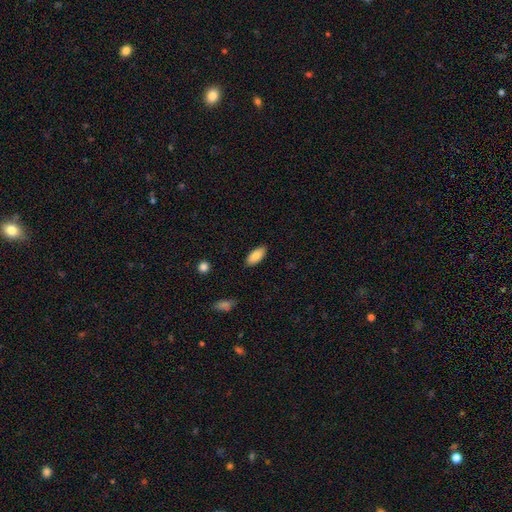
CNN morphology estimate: A smooth galaxy with no disk features (87%) that is in between round and cigar-shaped (89%).

Vote fractions:
- Smooth or featured? smooth: 87% / featured or disk: 7% / star or artifact: 7%
- How rounded? in between: 89% / cigar-shaped: 10% / round: 2%
- Merging? none: 87% / minor disturbance: 10% / major disturbance: 2% / merger: 1%